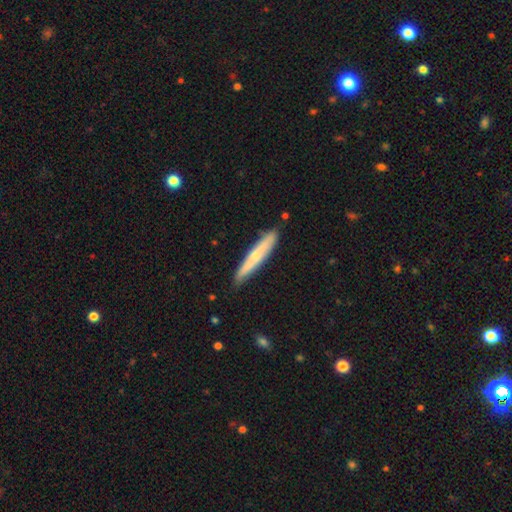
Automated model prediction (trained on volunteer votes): A featured or disk galaxy (46%). Merging: none (87%).